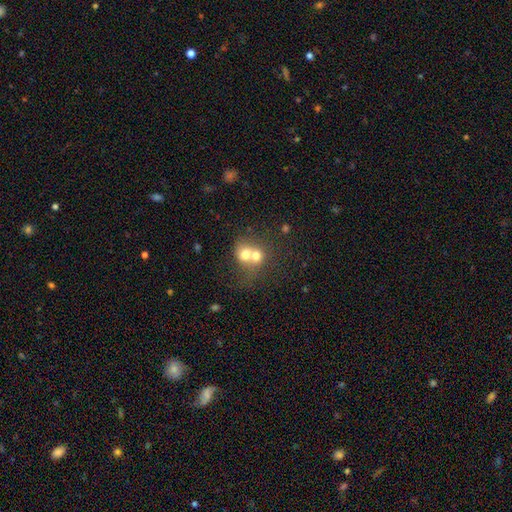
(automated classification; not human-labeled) Q: Smooth or featured?
A: smooth (66%); runner-up: featured or disk (23%)
Q: How rounded?
A: round (72%); runner-up: in between (27%)
Q: Merging?
A: merger (72%); runner-up: none (20%)